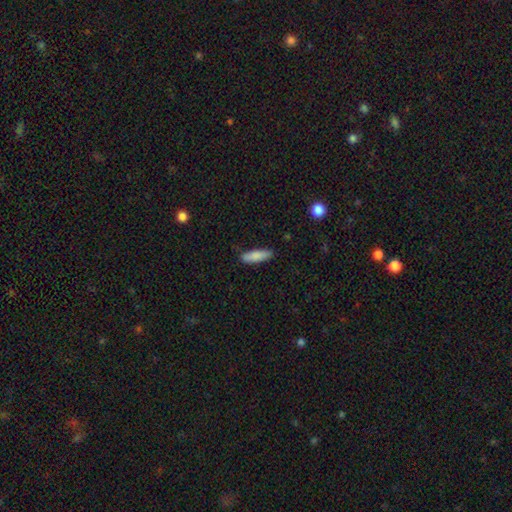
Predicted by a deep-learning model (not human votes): The model was most divided on "how rounded": cigar-shaped: 56%, in between: 42%, round: 2%. More confident: smooth or featured — smooth (85%); merging — none (82%).